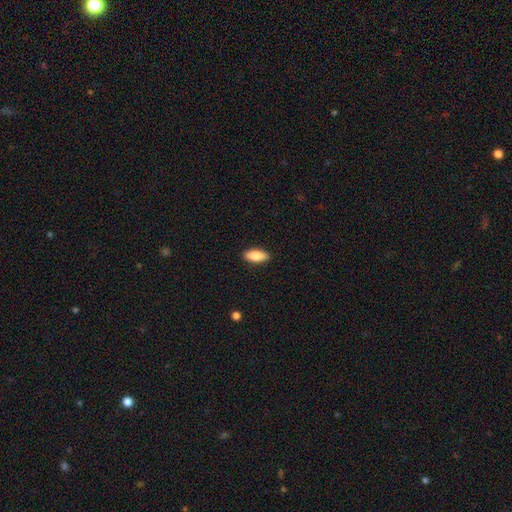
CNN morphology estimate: smooth 83%, featured or disk 11%, star or artifact 6%. Down the decision tree: how rounded — in between (83%); merging — none (90%).